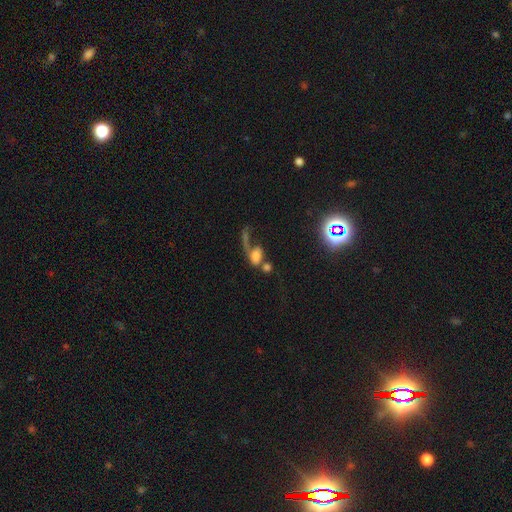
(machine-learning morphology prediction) Overall: smooth (51%; featured or disk 34%). How rounded: in between (74%). Merging: merger (42%; major disturbance 31%).